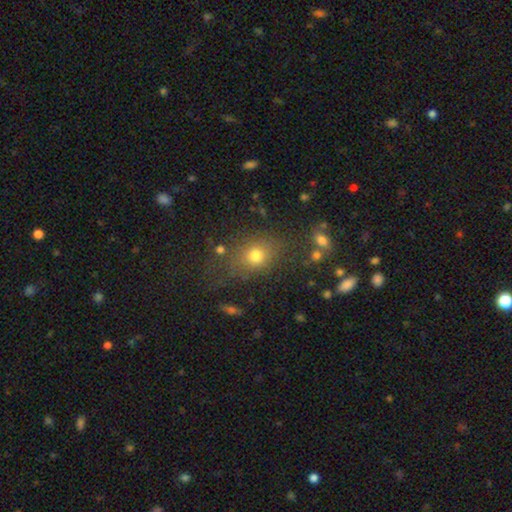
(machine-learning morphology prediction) A smooth galaxy with no disk features (71%) that is round (51%). Merging: none (72%).